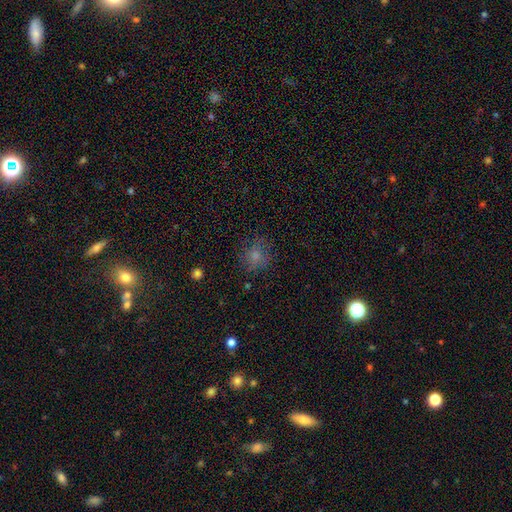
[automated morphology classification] This is likely a smooth galaxy (75%). How rounded: likely round (75%). Merging: likely none (73%).